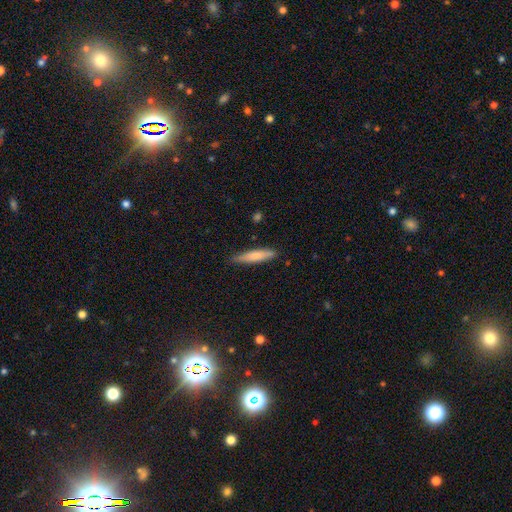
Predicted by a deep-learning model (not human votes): Smooth or featured? Predicted: smooth (p=0.74). How rounded? Predicted: cigar-shaped (p=0.87). Merging? Predicted: none (p=0.83).